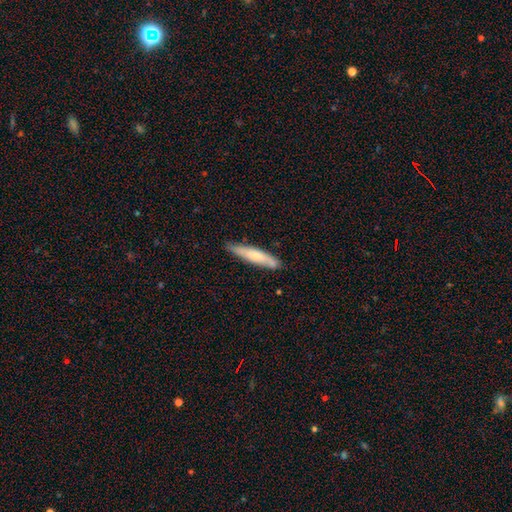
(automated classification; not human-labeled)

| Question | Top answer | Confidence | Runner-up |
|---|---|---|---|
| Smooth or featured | smooth | 66% | featured or disk (29%) |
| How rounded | cigar-shaped | 88% | in between (10%) |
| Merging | none | 83% | minor disturbance (14%) |